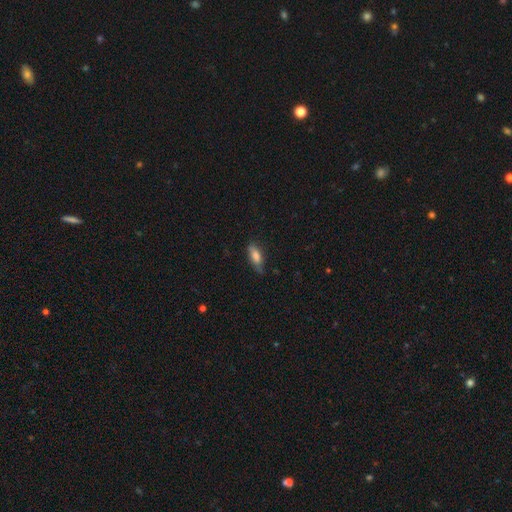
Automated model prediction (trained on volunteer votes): Morphology: type=smooth (75%); roundness=in between (69%); merging=none (64%).